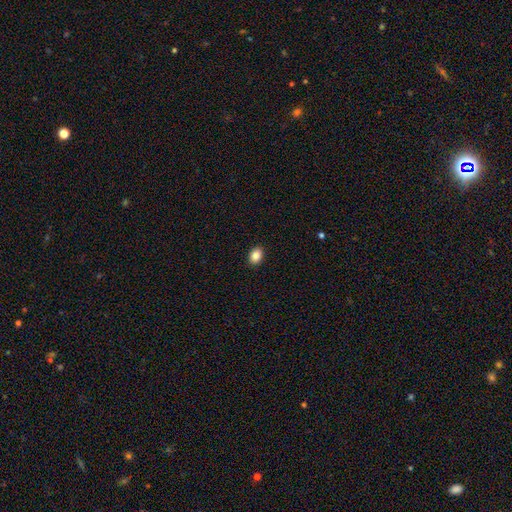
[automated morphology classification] This appears to be a smooth galaxy with no disk features (86%) that is in between round and cigar-shaped (74%). Merging: none (91%).